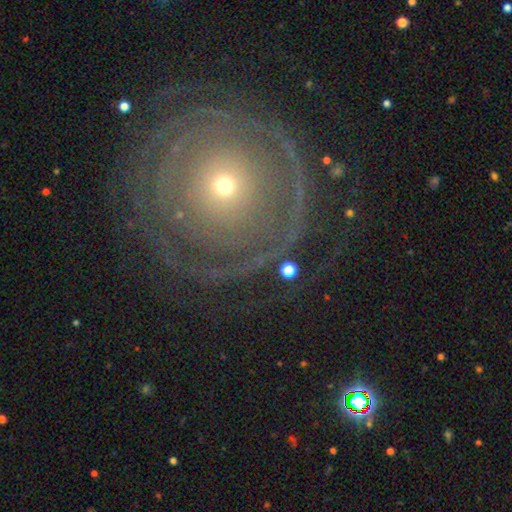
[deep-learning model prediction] Q: Smooth or featured?
A: featured or disk (73%); runner-up: smooth (17%)
Q: Edge-on disk?
A: no (95%); runner-up: yes (5%)
Q: Bar?
A: no (87%); runner-up: weak (8%)
Q: Spiral arms?
A: yes (72%); runner-up: no (28%)
Q: Spiral winding?
A: tight (83%); runner-up: medium (12%)
Q: Spiral arm count?
A: can't tell (44%); runner-up: 2 (15%)
Q: Bulge size?
A: small (72%); runner-up: moderate (24%)
Q: Merging?
A: none (80%); runner-up: minor disturbance (11%)